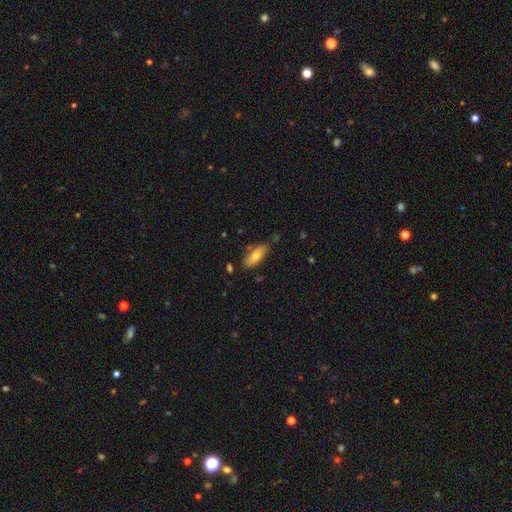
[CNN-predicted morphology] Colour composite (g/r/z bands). It shows a smooth galaxy with no disk features (70%) that is in between round and cigar-shaped (76%). Merging: none (78%).